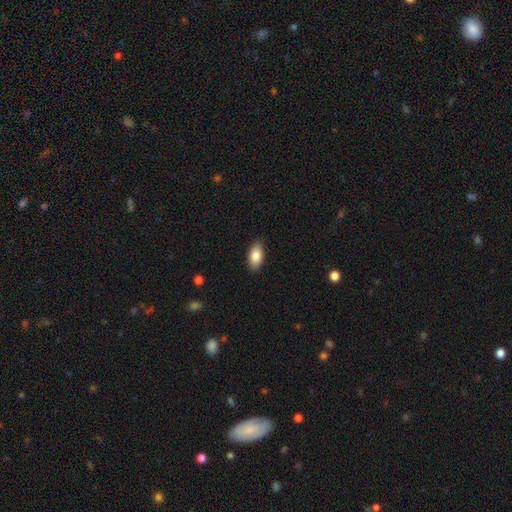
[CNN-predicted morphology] Smooth or featured: smooth — 84% (featured or disk — 10%)
How rounded: in between — 93% (round — 4%)
Merging: none — 87% (minor disturbance — 10%)